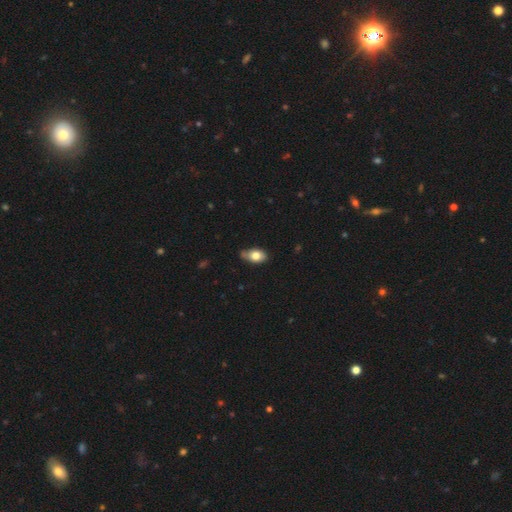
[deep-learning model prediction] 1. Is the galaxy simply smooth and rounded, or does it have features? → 76% smooth, 17% featured or disk, 7% star or artifact.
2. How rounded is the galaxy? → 89% in between, 8% round, 3% cigar-shaped.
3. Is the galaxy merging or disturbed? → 64% none, 29% minor disturbance, 4% major disturbance, 3% merger.